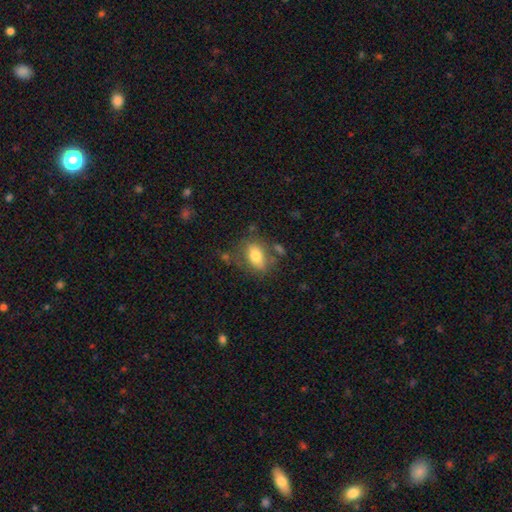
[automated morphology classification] smooth-or-featured: smooth: 74% | featured or disk: 18% | star or artifact: 8%
  how-rounded: in between: 84% | round: 11% | cigar-shaped: 5%
  merging: none: 66% | minor disturbance: 19% | major disturbance: 8% | merger: 8%